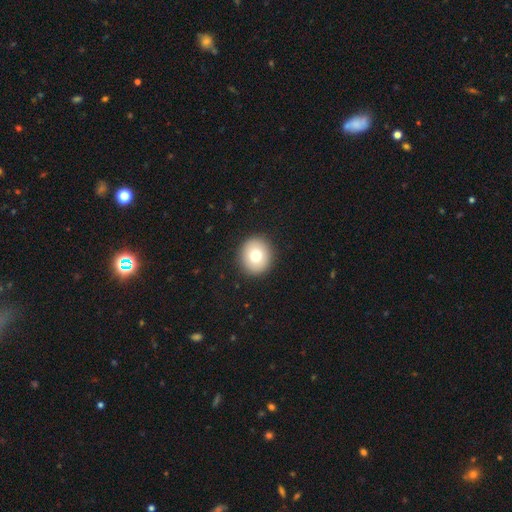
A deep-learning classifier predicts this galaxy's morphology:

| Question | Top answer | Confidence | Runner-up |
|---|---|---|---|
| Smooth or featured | smooth | 75% | featured or disk (15%) |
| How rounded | round | 89% | in between (10%) |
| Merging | none | 92% | minor disturbance (5%) |